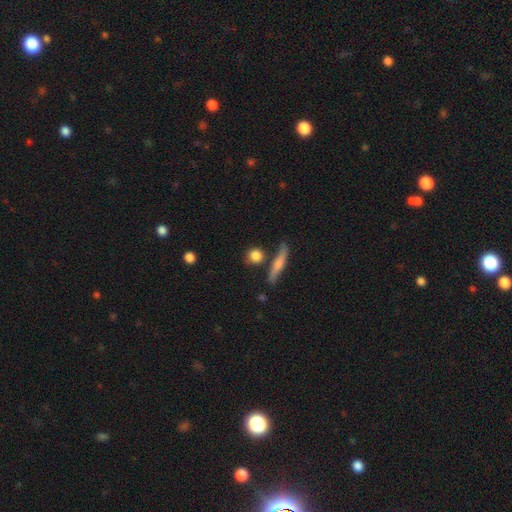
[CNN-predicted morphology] Overall: smooth (80%). How rounded: round (77%). Merging: none (72%).